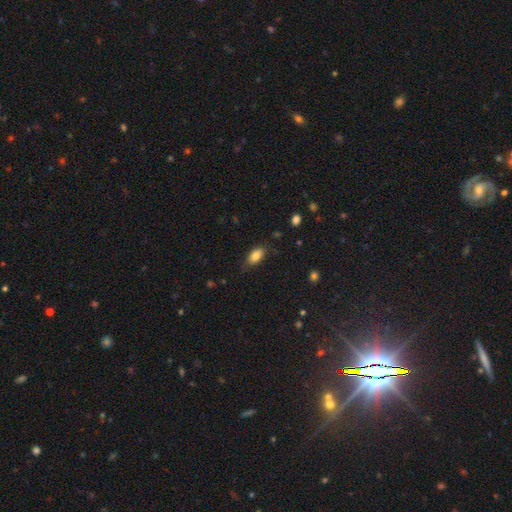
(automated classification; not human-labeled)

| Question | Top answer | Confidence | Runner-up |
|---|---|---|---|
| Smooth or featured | smooth | 83% | featured or disk (9%) |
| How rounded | in between | 89% | cigar-shaped (6%) |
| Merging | none | 75% | minor disturbance (19%) |